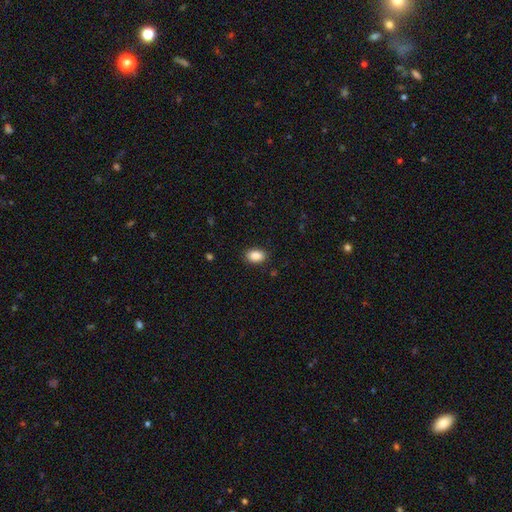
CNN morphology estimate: A smooth galaxy with no disk features (89%) that is in between round and cigar-shaped (88%). Merging: none (89%).